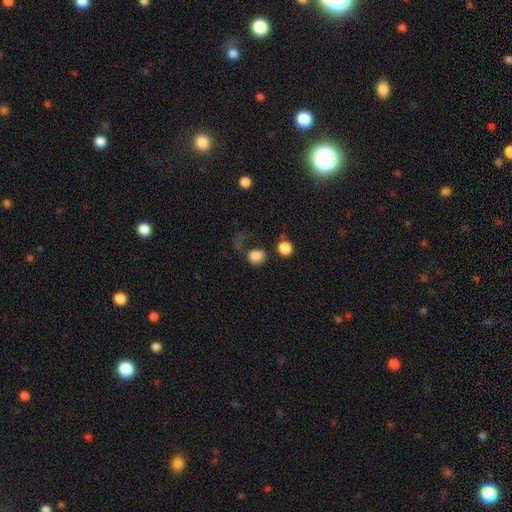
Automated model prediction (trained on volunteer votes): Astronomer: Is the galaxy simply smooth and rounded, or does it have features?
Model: smooth — 82%.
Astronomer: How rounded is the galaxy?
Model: round — 78%.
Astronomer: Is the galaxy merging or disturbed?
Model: none — 48% (runner-up: major disturbance, 25%).